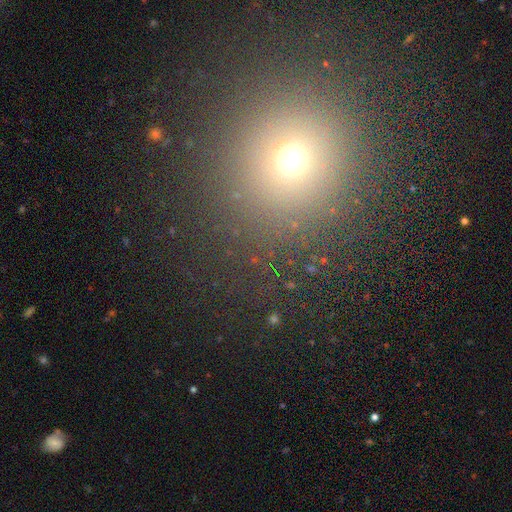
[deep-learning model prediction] Smooth or featured? smooth (62%)
How rounded? round (93%)
Merging? none (88%)